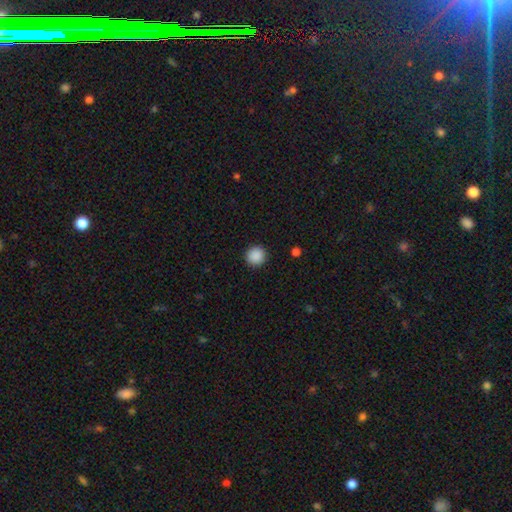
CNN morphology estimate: Smooth or featured? Predicted: smooth (p=0.89). How rounded? Predicted: round (p=0.94). Merging? Predicted: none (p=0.92).